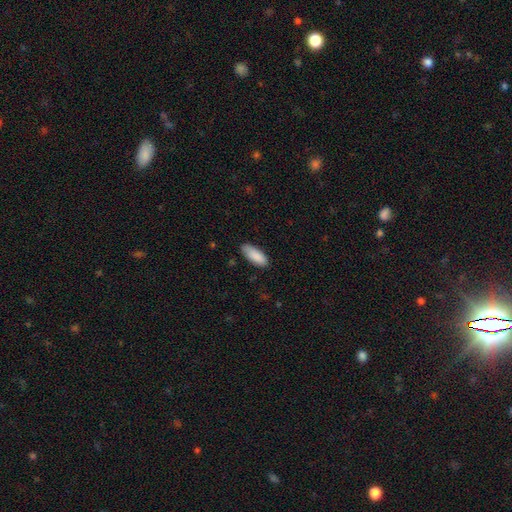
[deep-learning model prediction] smooth_or_featured: smooth (p=0.89) [alt: star or artifact p=0.06]
how_rounded: in between (p=0.78) [alt: cigar-shaped p=0.20]
merging: none (p=0.80) [alt: minor disturbance p=0.17]